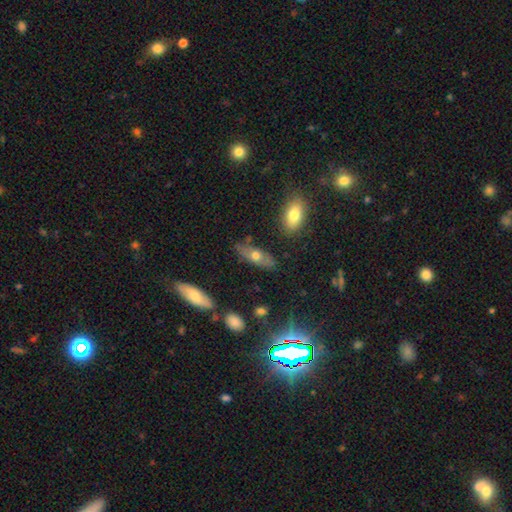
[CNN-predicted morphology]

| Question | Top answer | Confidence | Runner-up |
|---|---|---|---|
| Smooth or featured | smooth | 55% | featured or disk (37%) |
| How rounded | in between | 69% | cigar-shaped (26%) |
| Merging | none | 75% | minor disturbance (17%) |